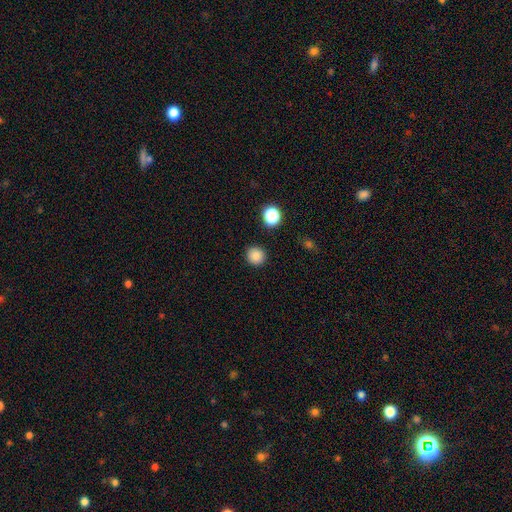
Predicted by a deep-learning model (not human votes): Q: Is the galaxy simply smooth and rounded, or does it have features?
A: smooth — 84%.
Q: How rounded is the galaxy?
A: round — 95%.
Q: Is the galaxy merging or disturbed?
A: none — 91%.